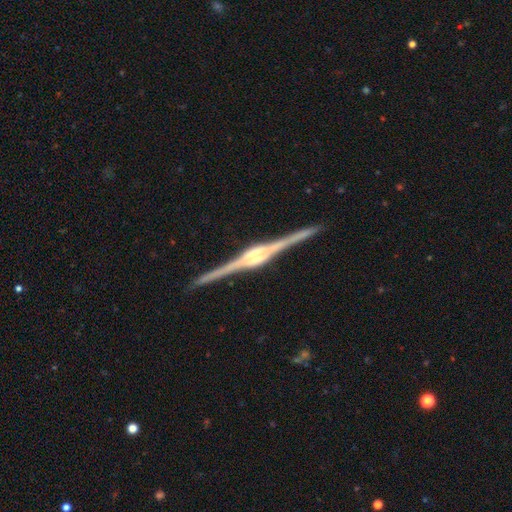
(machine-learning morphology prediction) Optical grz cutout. It shows a featured or disk galaxy (91%) viewed edge-on (99%) with a rounded central bulge (64%). Merging: none (89%).